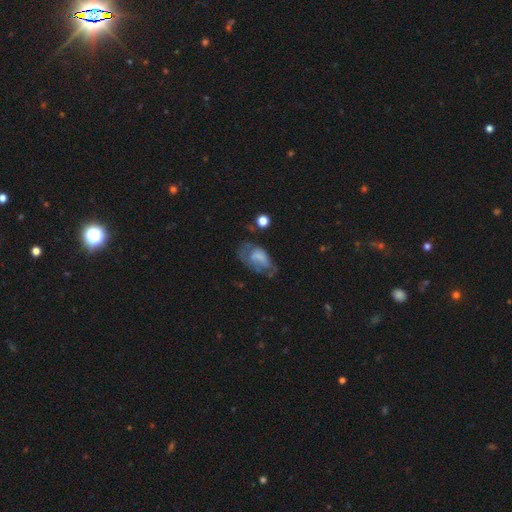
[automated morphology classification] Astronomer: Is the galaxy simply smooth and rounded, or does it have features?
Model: featured or disk — 47% (runner-up: smooth, 39%).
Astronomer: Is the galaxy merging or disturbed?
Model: none — 44% (runner-up: minor disturbance, 27%).